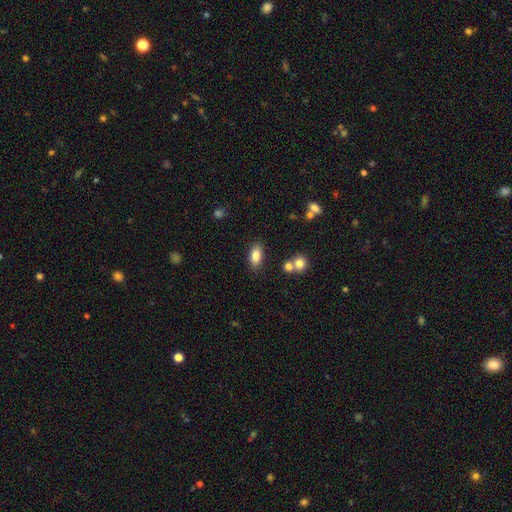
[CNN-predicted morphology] Overall: smooth (83%). How rounded: in between (87%). Merging: none (81%).